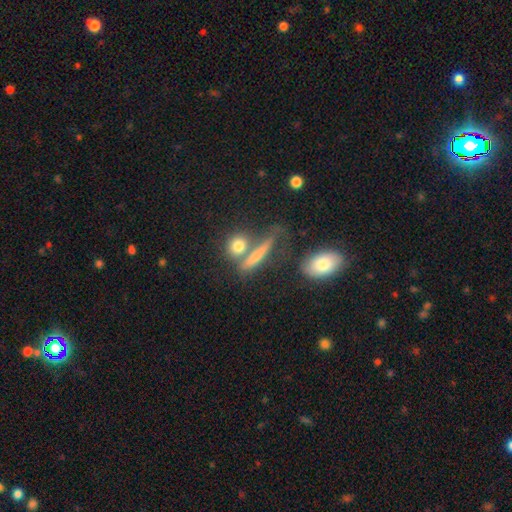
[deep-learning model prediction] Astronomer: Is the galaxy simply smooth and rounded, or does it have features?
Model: smooth — 62%.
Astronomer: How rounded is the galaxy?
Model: cigar-shaped — 55%.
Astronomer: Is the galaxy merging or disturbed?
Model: none — 57%.